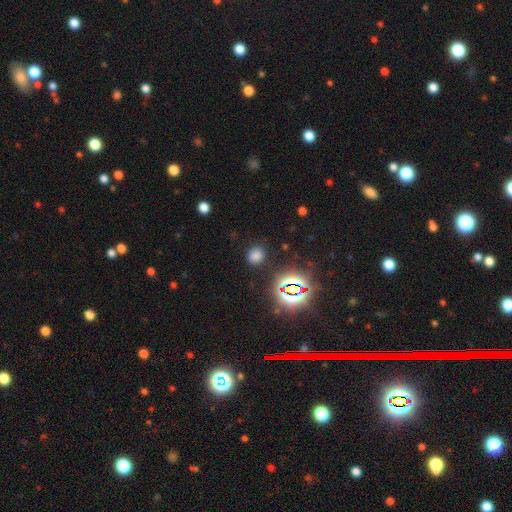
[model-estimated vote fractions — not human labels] Overall: smooth (69%). How rounded: round (65%; in between 34%). Merging: none (84%).